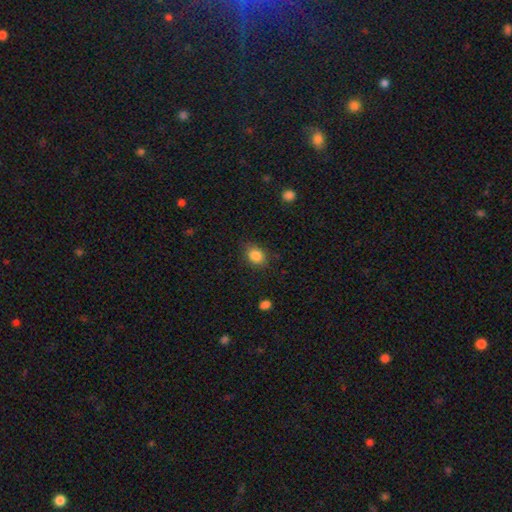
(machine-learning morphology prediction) Smooth or featured?
  - smooth: 85% *
  - star or artifact: 10%
  - featured or disk: 5%
How rounded?
  - in between: 53% *
  - round: 46%
  - cigar-shaped: 1%
Merging?
  - none: 79% *
  - minor disturbance: 16%
  - major disturbance: 4%
  - merger: 1%